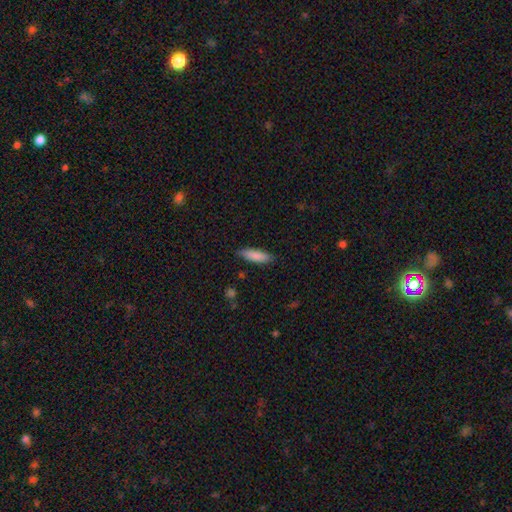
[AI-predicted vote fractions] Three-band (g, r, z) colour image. It shows a smooth galaxy with no disk features (86%) that is cigar-shaped (54%). Merging: none (83%).